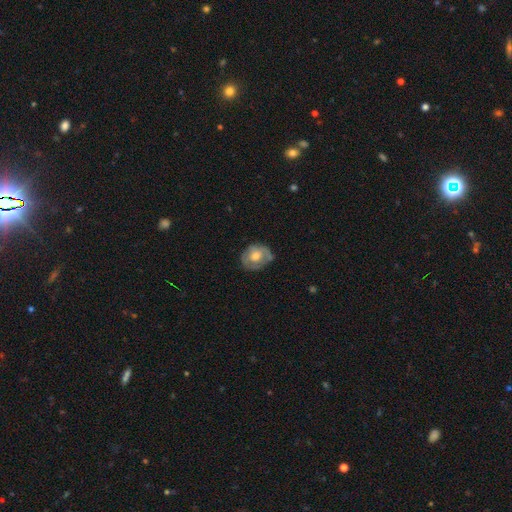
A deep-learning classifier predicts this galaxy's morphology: This is possibly a featured or disk galaxy (49%). Merging: likely none (64%).